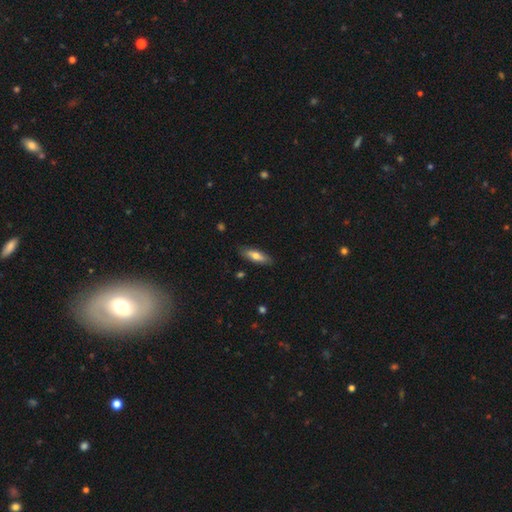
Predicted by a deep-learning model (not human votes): Smooth or featured?
  - smooth: 64% *
  - featured or disk: 30%
  - star or artifact: 6%
How rounded?
  - in between: 51% *
  - cigar-shaped: 46%
  - round: 2%
Merging?
  - none: 86% *
  - minor disturbance: 11%
  - major disturbance: 2%
  - merger: 1%